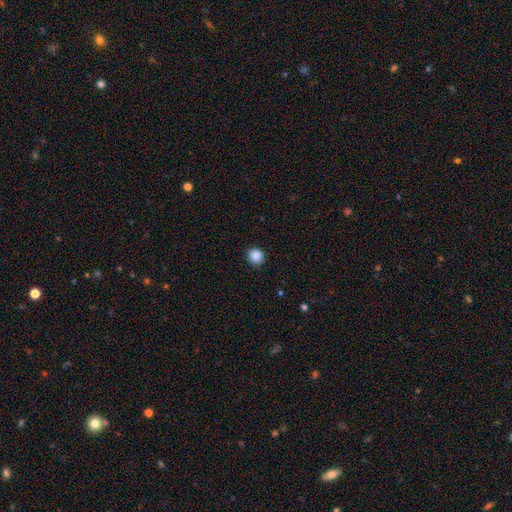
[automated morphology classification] A smooth galaxy with no disk features (87%) that is round (85%). Merging: none (89%).